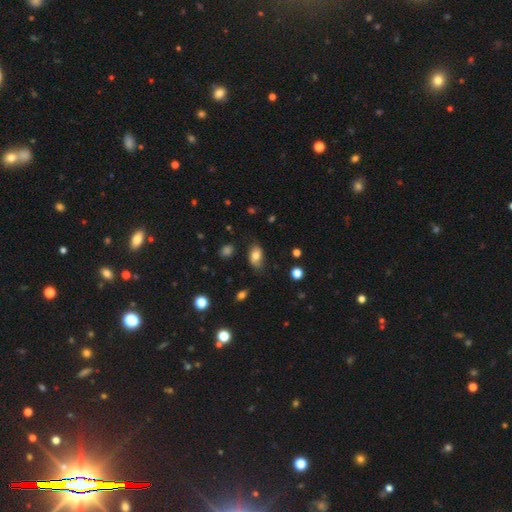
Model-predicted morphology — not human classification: Smooth or featured? smooth (76%)
How rounded? in between (89%)
Merging? none (65%)